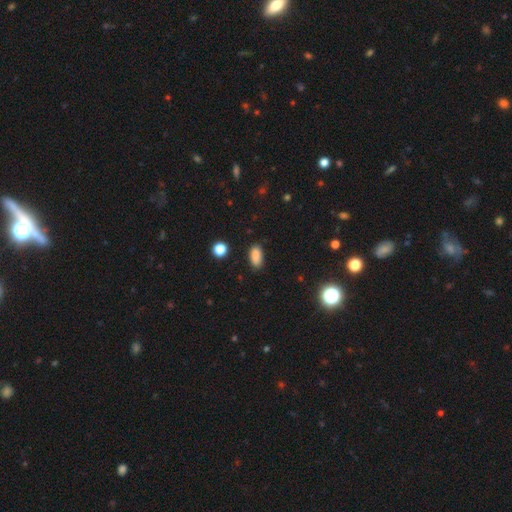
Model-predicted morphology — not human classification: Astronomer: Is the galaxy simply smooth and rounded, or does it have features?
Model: smooth — 86%.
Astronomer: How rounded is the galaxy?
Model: in between — 87%.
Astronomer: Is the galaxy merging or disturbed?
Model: none — 84%.